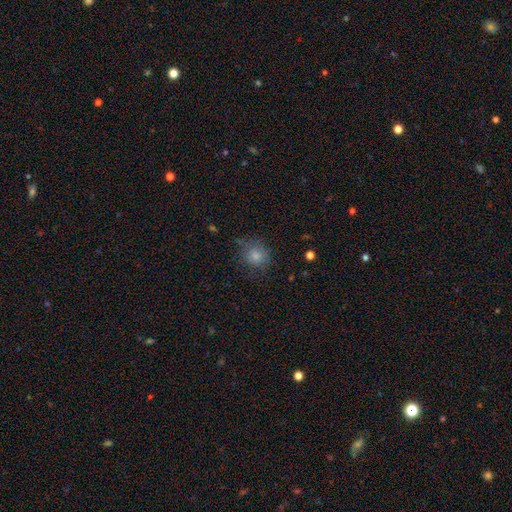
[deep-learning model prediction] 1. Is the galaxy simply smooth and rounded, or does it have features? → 82% smooth, 11% star or artifact, 8% featured or disk.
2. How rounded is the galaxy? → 82% round, 17% in between, 1% cigar-shaped.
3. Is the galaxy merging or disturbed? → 71% none, 20% minor disturbance, 7% major disturbance, 2% merger.